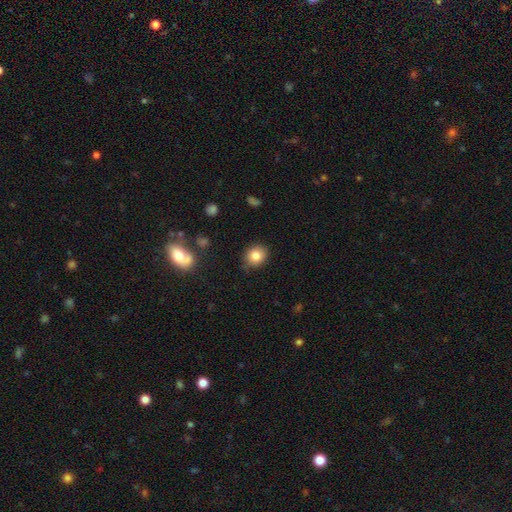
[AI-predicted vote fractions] A smooth galaxy with no disk features (82%) that is round (75%).

Vote fractions:
- Smooth or featured? smooth: 82% / star or artifact: 10% / featured or disk: 8%
- How rounded? round: 75% / in between: 24% / cigar-shaped: 1%
- Merging? none: 86% / minor disturbance: 10% / major disturbance: 2% / merger: 1%